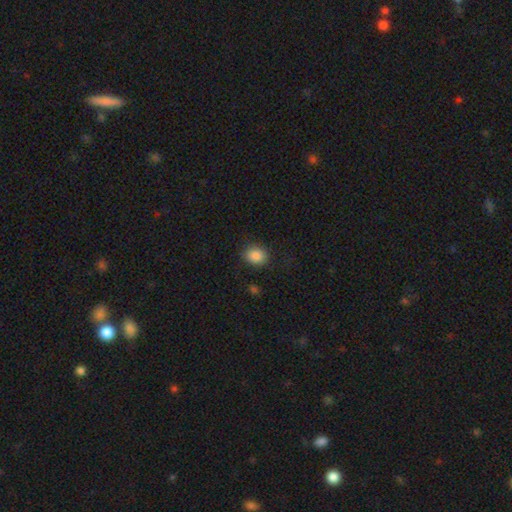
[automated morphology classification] A smooth galaxy with no disk features (87%) that is round (60%). Merging: none (85%).